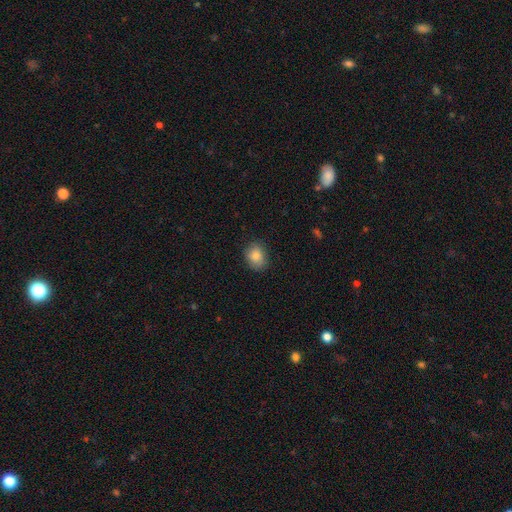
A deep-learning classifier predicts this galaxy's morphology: Smooth or featured? smooth (84%)
How rounded? in between (58%)
Merging? none (82%)